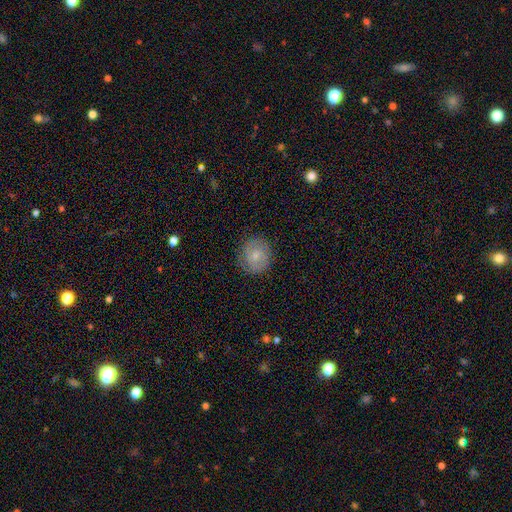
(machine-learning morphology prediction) smooth-or-featured: smooth: 63% | featured or disk: 29% | star or artifact: 8%
  how-rounded: round: 80% | in between: 19% | cigar-shaped: 1%
  merging: none: 85% | minor disturbance: 11% | major disturbance: 3% | merger: 1%